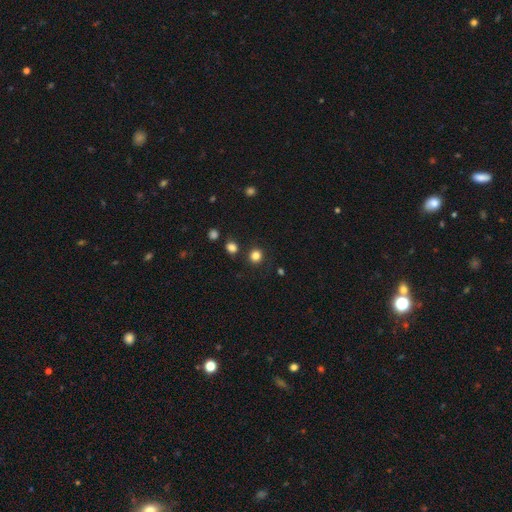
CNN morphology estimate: type=smooth (82%); roundness=round (91%); merging=none (87%).